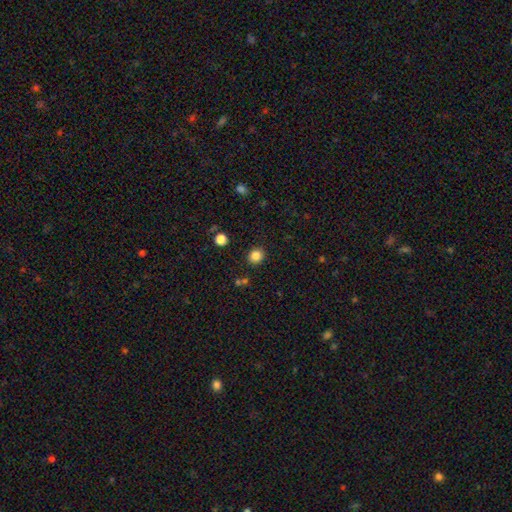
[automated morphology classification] Smooth or featured?
  - smooth: 83% *
  - star or artifact: 12%
  - featured or disk: 5%
How rounded?
  - round: 81% *
  - in between: 18%
  - cigar-shaped: 1%
Merging?
  - none: 88% *
  - minor disturbance: 7%
  - merger: 2%
  - major disturbance: 2%